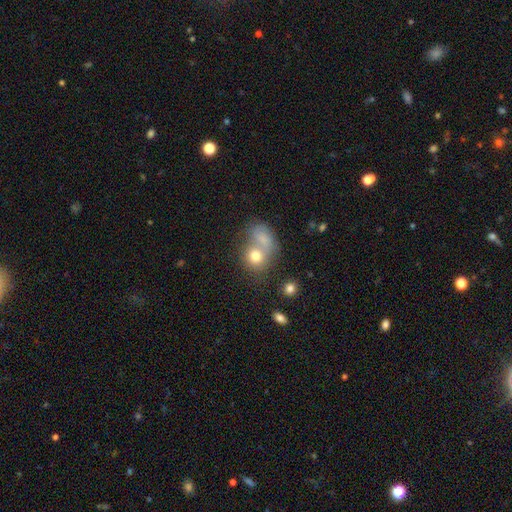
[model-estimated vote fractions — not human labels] smooth_or_featured: smooth (p=0.75) [alt: featured or disk p=0.14]
how_rounded: round (p=0.69) [alt: in between p=0.30]
merging: merger (p=0.54) [alt: none p=0.30]